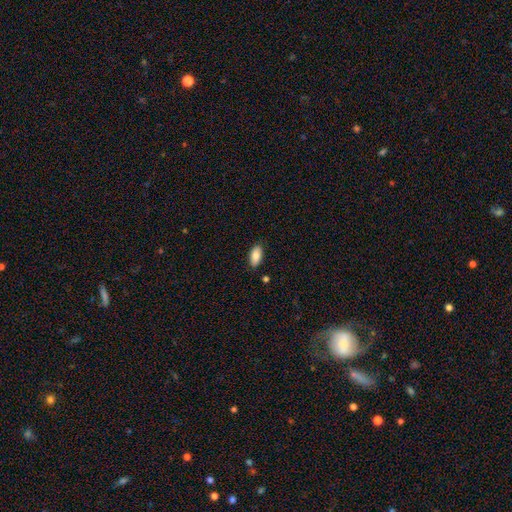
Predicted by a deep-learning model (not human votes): Overall: smooth (84%). How rounded: in between (93%). Merging: none (85%).